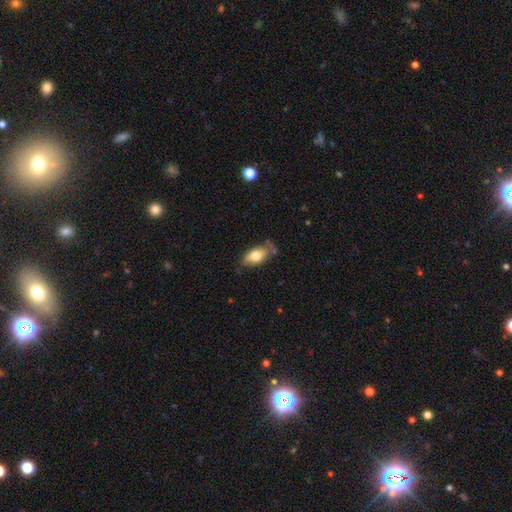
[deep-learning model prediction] A smooth galaxy with no disk features (73%) that is in between round and cigar-shaped (90%).

Vote fractions:
- Smooth or featured? smooth: 73% / featured or disk: 21% / star or artifact: 7%
- How rounded? in between: 90% / round: 5% / cigar-shaped: 5%
- Merging? none: 59% / minor disturbance: 28% / major disturbance: 7% / merger: 6%